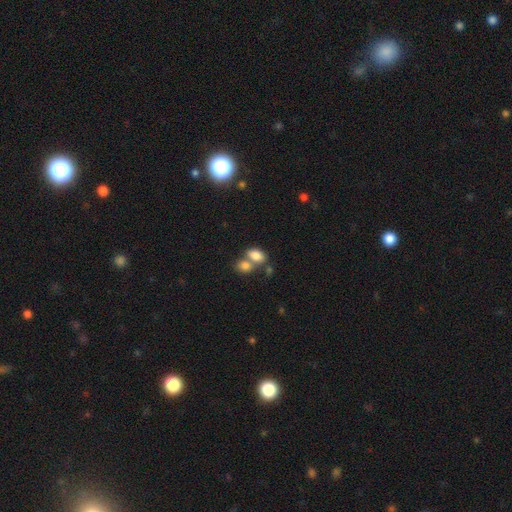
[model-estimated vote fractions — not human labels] Smooth or featured? Predicted: smooth (p=0.82). How rounded? Predicted: in between (p=0.86). Merging? Predicted: merger (p=0.50).